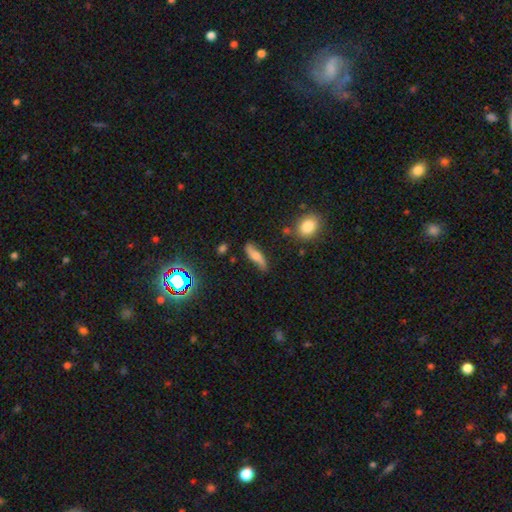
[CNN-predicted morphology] type=smooth (49%); merging=none (69%).